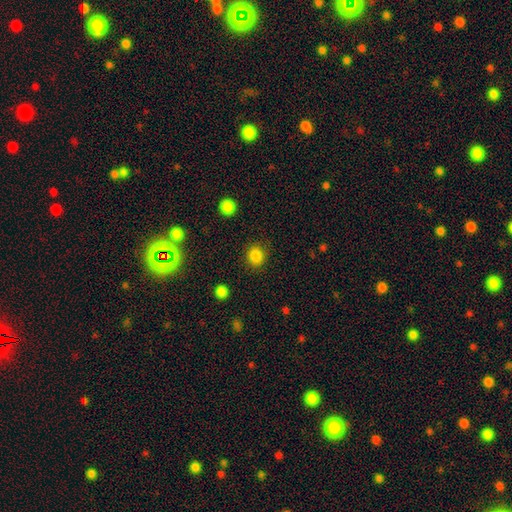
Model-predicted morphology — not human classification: Smooth or featured? Predicted: smooth (p=0.85). How rounded? Predicted: round (p=0.82). Merging? Predicted: none (p=0.88).